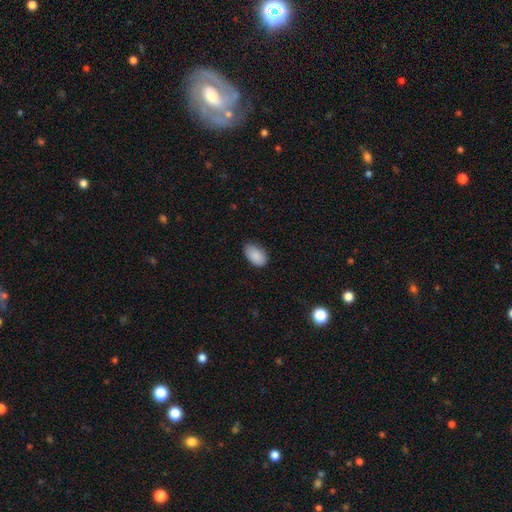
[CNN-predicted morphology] Smooth or featured? Predicted: smooth (p=0.89). How rounded? Predicted: in between (p=0.92). Merging? Predicted: none (p=0.75).